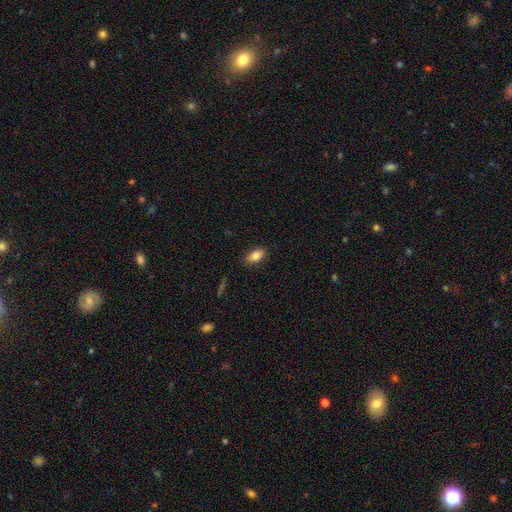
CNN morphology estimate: type=smooth (82%); roundness=in between (89%); merging=none (86%).